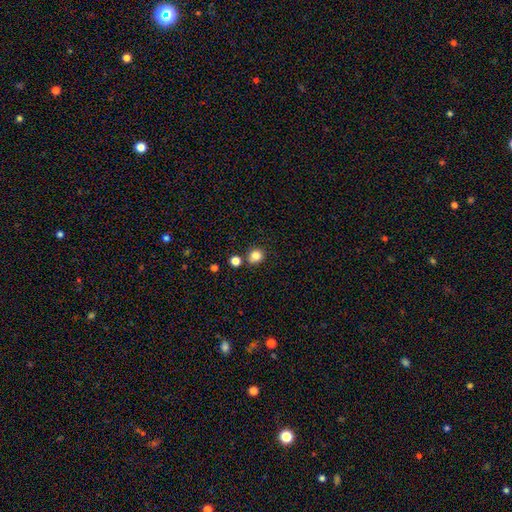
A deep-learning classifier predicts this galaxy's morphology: smooth 82%, star or artifact 12%, featured or disk 5%. Down the decision tree: how rounded — round (81%); merging — none (71%).